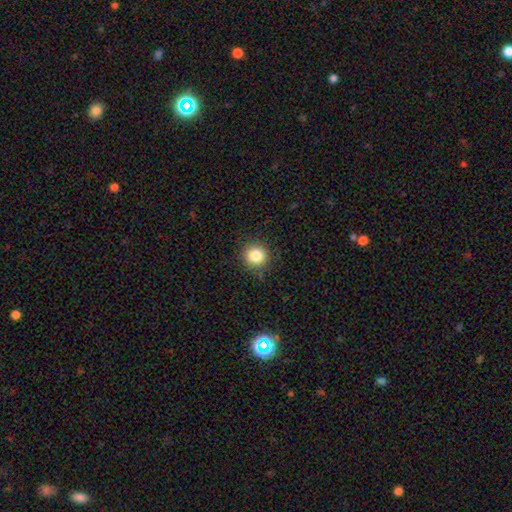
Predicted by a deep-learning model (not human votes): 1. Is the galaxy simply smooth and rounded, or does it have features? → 84% smooth, 11% star or artifact, 5% featured or disk.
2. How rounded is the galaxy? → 92% round, 7% in between, 1% cigar-shaped.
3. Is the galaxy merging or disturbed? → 89% none, 8% minor disturbance, 2% major disturbance, 1% merger.